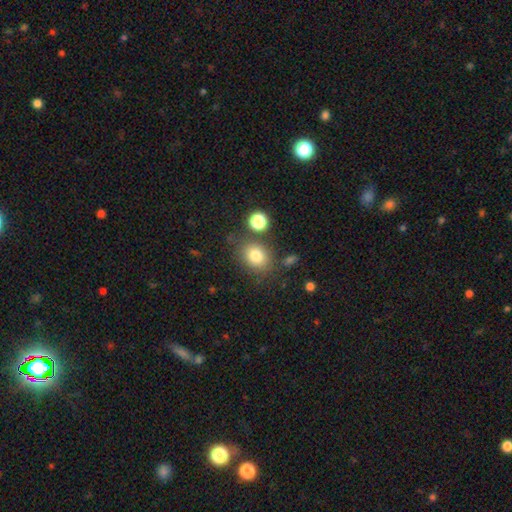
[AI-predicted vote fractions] Overall: smooth (80%). How rounded: round (54%; in between 45%). Merging: none (74%).